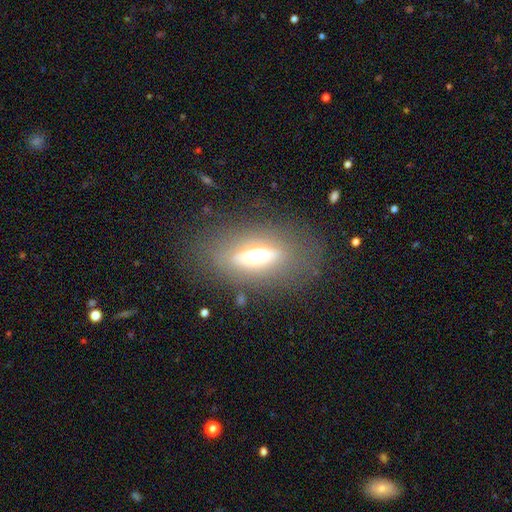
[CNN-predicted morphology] featured or disk 47%, smooth 41%, star or artifact 12%. Down the decision tree: merging — none (77%).